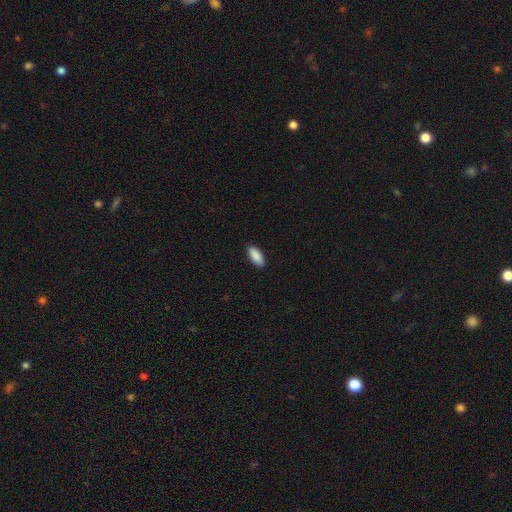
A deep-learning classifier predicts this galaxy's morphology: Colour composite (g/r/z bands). It shows a smooth galaxy with no disk features (91%) that is in between round and cigar-shaped (86%). Merging: none (90%).